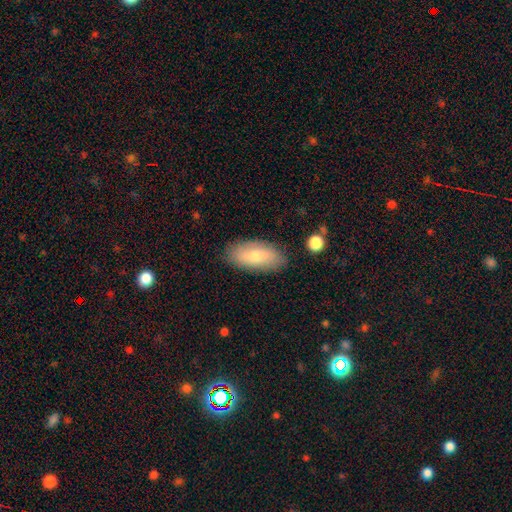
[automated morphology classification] A smooth galaxy with no disk features (70%) that is in between round and cigar-shaped (87%).

Vote fractions:
- Smooth or featured? smooth: 70% / featured or disk: 24% / star or artifact: 7%
- How rounded? in between: 87% / cigar-shaped: 10% / round: 3%
- Merging? none: 85% / minor disturbance: 11% / major disturbance: 2% / merger: 1%